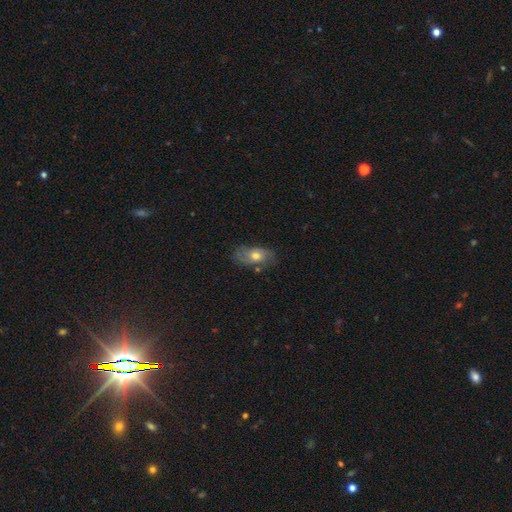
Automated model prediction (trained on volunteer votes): smooth_or_featured: featured or disk (p=0.48) [alt: smooth p=0.44]
merging: none (p=0.64) [alt: minor disturbance p=0.25]